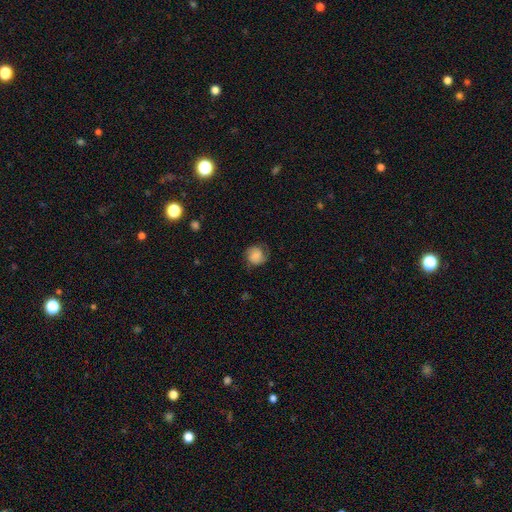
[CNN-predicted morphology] This appears to be a smooth galaxy with no disk features (57%) that is round (80%). Merging: none (64%).